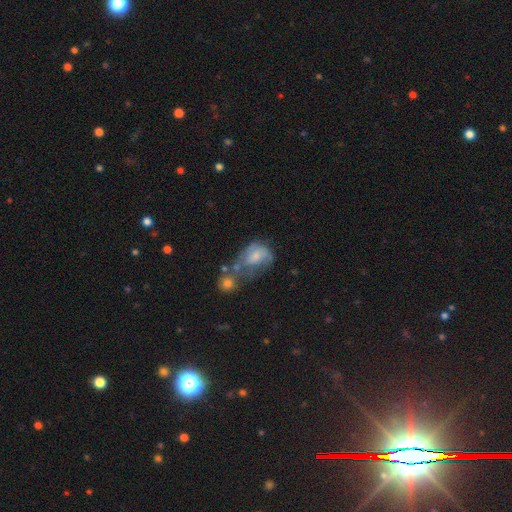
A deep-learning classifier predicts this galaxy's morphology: This is possibly a smooth galaxy (49%). Merging: marginally merger (34%).